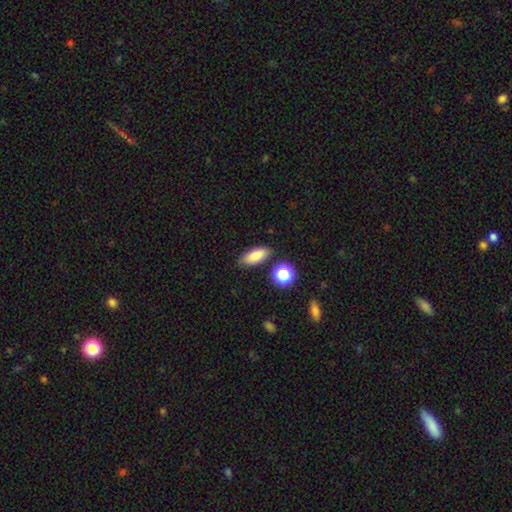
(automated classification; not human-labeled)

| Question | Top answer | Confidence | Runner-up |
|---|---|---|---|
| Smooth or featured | smooth | 82% | star or artifact (10%) |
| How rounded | in between | 80% | cigar-shaped (15%) |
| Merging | none | 82% | minor disturbance (11%) |